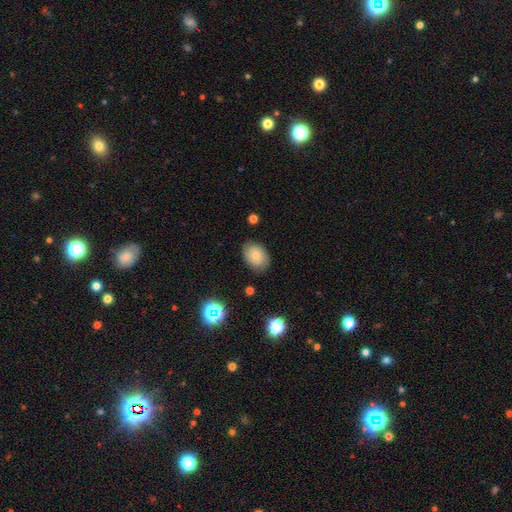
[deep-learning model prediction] Overall: smooth (69%). How rounded: in between (74%). Merging: none (80%).